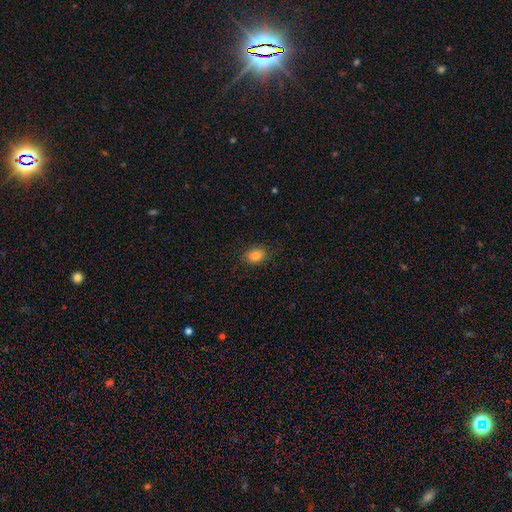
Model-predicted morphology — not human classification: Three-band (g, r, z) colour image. It shows a smooth galaxy with no disk features (84%) that is in between round and cigar-shaped (67%). Merging: none (84%).